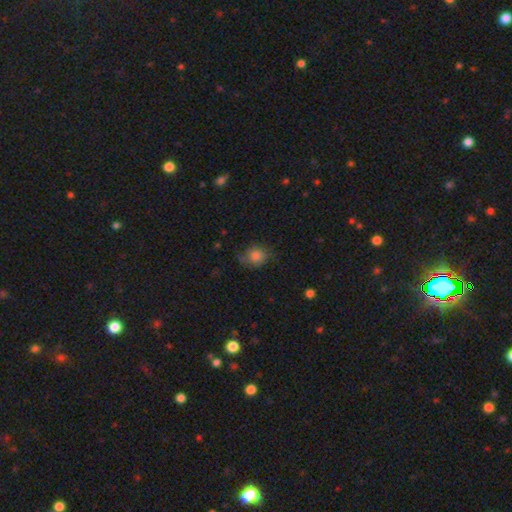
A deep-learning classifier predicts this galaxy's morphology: This appears to be a smooth galaxy with no disk features (73%) that is round (58%). Merging: none (58%).